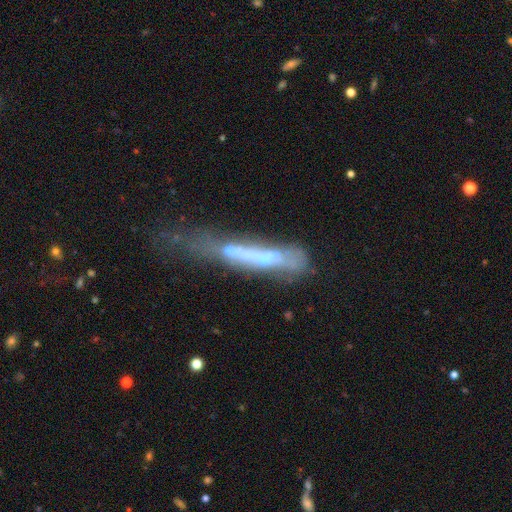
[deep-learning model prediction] Smooth or featured: featured or disk — 55% (smooth — 34%)
Edge-on disk: yes — 61% (no — 39%)
Merging: major disturbance — 37% (none — 26%)